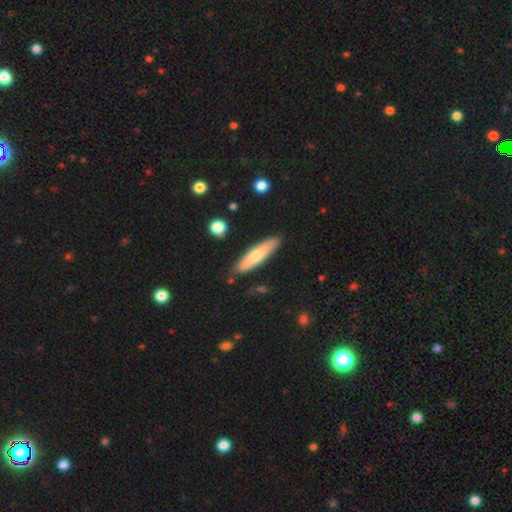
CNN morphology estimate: A smooth galaxy with no disk features (61%) that is cigar-shaped (69%).

Vote fractions:
- Smooth or featured? smooth: 61% / featured or disk: 33% / star or artifact: 6%
- How rounded? cigar-shaped: 69% / in between: 29% / round: 2%
- Merging? none: 85% / minor disturbance: 11% / major disturbance: 2% / merger: 2%